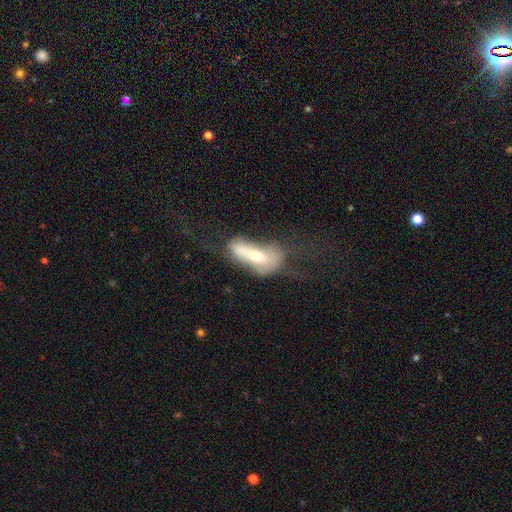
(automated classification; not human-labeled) This is possibly a smooth galaxy (55%). How rounded: likely in between (69%). Merging: marginally major disturbance (38%).